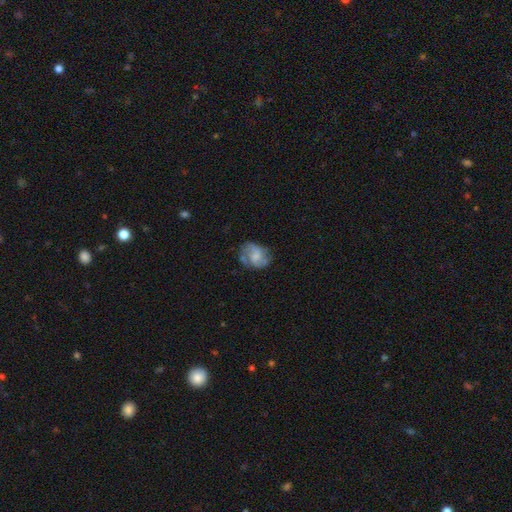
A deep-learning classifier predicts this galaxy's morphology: featured or disk 54%, smooth 38%, star or artifact 8%. Down the decision tree: edge-on disk — no (98%); bar — no (59%); spiral arms — yes (77%); bulge size — none (39%); merging — none (57%).